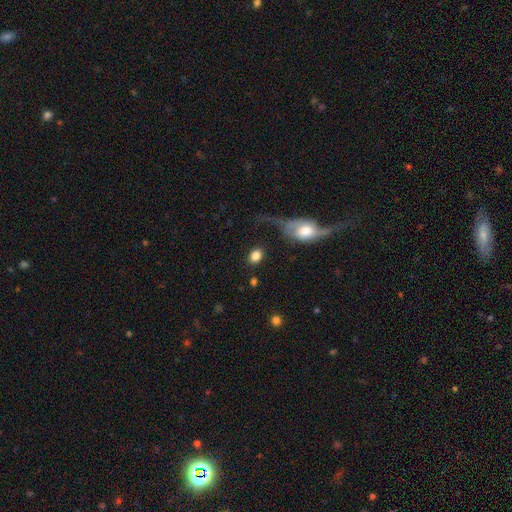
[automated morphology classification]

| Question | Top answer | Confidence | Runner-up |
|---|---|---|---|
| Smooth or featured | smooth | 83% | featured or disk (9%) |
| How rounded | in between | 58% | round (40%) |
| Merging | none | 73% | minor disturbance (11%) |